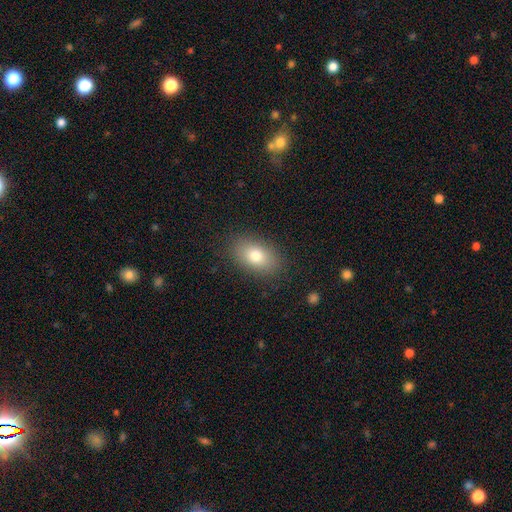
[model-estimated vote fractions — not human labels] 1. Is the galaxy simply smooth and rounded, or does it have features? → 77% smooth, 14% featured or disk, 9% star or artifact.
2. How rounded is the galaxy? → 86% in between, 12% round, 2% cigar-shaped.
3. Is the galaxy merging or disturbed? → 86% none, 10% minor disturbance, 3% major disturbance, 1% merger.